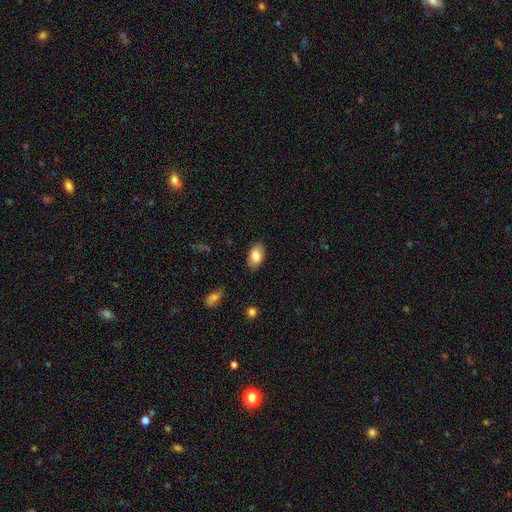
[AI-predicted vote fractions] Smooth or featured: smooth — 81% (featured or disk — 12%)
How rounded: in between — 93% (round — 5%)
Merging: none — 86% (minor disturbance — 11%)